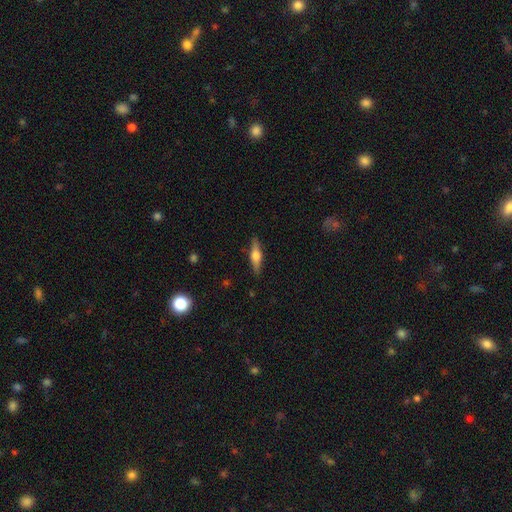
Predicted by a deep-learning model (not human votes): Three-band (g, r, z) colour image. It shows a featured or disk galaxy (53%) viewed edge-on (94%) with a rounded central bulge (92%). Merging: none (88%).